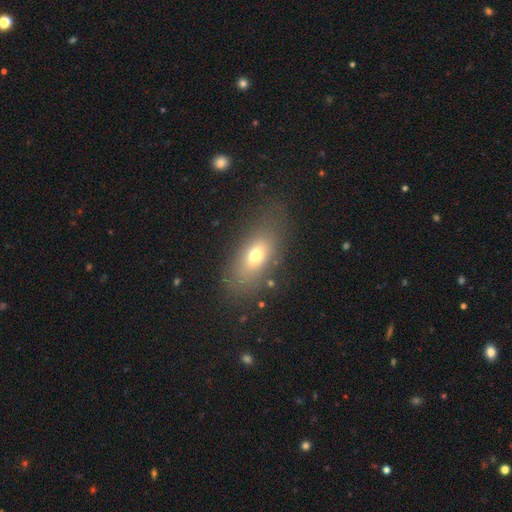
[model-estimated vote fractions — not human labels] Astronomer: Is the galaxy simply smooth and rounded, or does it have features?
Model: smooth — 67%.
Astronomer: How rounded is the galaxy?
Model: in between — 81%.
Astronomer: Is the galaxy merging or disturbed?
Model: none — 74%.